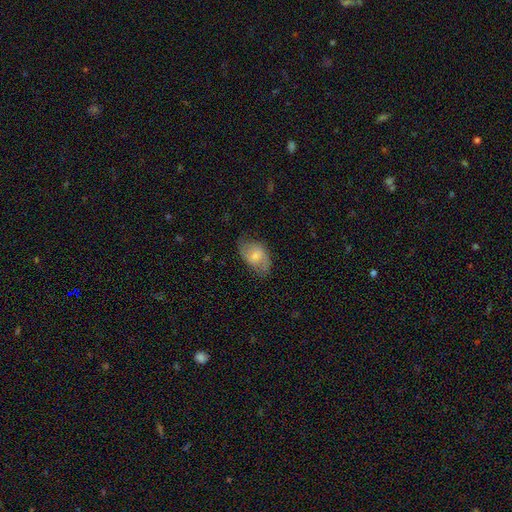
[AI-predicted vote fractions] A smooth galaxy with no disk features (49%).

Vote fractions:
- Smooth or featured? smooth: 49% / featured or disk: 44% / star or artifact: 7%
- Merging? none: 65% / minor disturbance: 25% / major disturbance: 9% / merger: 1%